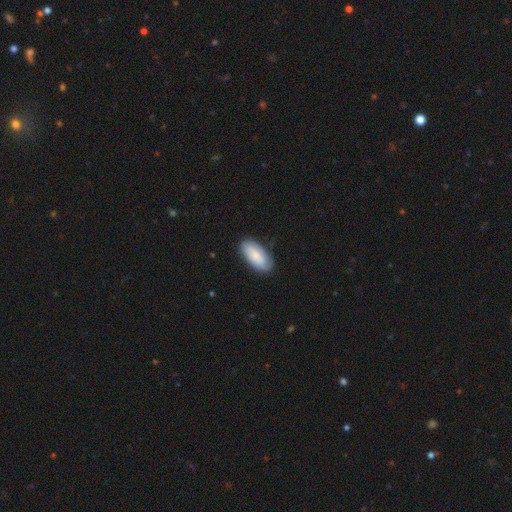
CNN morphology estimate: smooth-or-featured: smooth: 78% | featured or disk: 16% | star or artifact: 6%
  how-rounded: in between: 89% | cigar-shaped: 9% | round: 2%
  merging: none: 85% | minor disturbance: 12% | major disturbance: 2% | merger: 1%